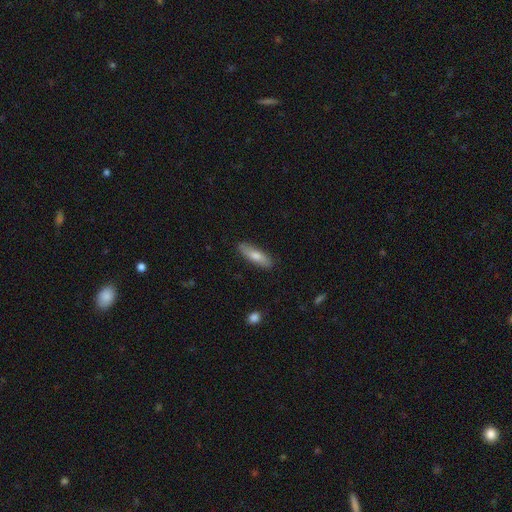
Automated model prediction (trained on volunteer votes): Q: Smooth or featured?
A: smooth (70%); runner-up: featured or disk (24%)
Q: How rounded?
A: cigar-shaped (62%); runner-up: in between (36%)
Q: Merging?
A: none (87%); runner-up: minor disturbance (10%)